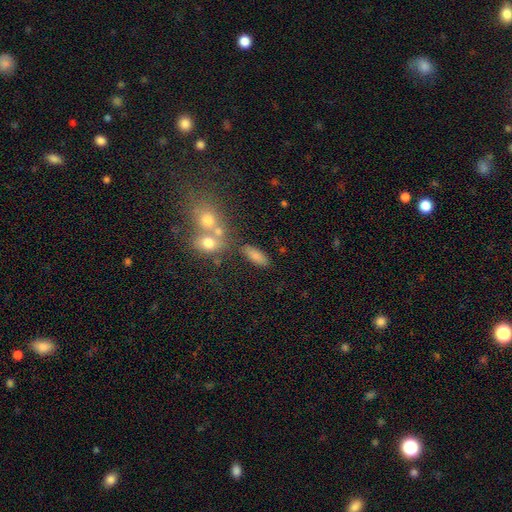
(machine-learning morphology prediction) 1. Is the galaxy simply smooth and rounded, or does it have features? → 78% smooth, 12% featured or disk, 10% star or artifact.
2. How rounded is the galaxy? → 74% in between, 21% cigar-shaped, 5% round.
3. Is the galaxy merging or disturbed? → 73% none, 11% merger, 11% minor disturbance, 5% major disturbance.